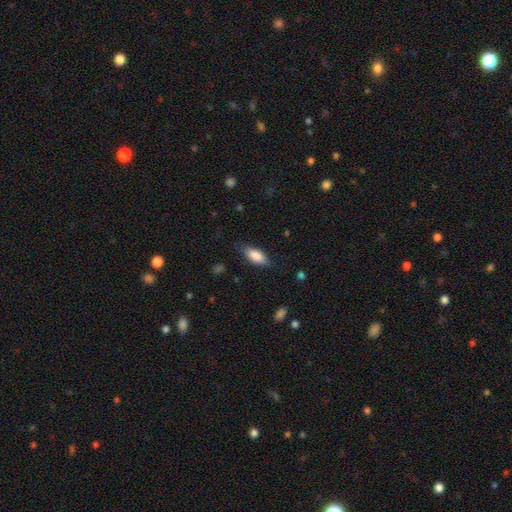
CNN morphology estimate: This is clearly a smooth galaxy (83%). How rounded: clearly in between (82%). Merging: likely none (77%).